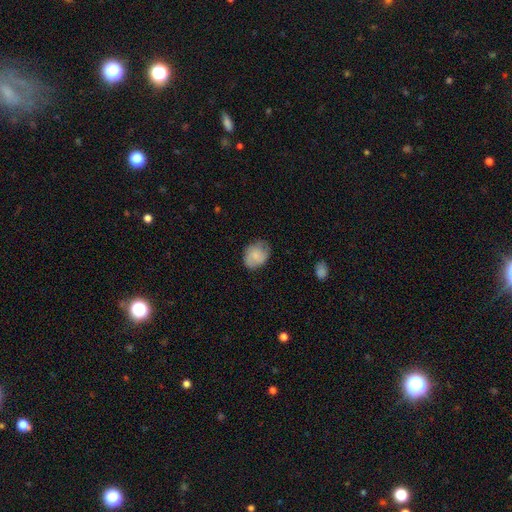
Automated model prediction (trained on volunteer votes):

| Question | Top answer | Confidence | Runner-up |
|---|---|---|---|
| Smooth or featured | smooth | 74% | featured or disk (19%) |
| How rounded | in between | 58% | round (41%) |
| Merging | none | 67% | minor disturbance (25%) |